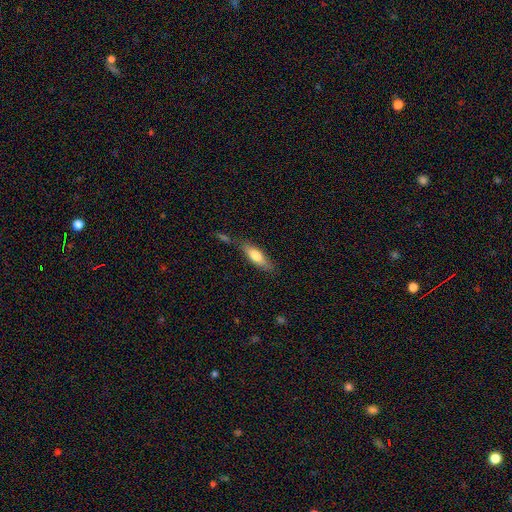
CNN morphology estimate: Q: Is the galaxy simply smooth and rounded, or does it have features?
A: smooth — 69%.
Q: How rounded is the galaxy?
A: cigar-shaped — 52%.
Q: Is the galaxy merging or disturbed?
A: none — 67%.